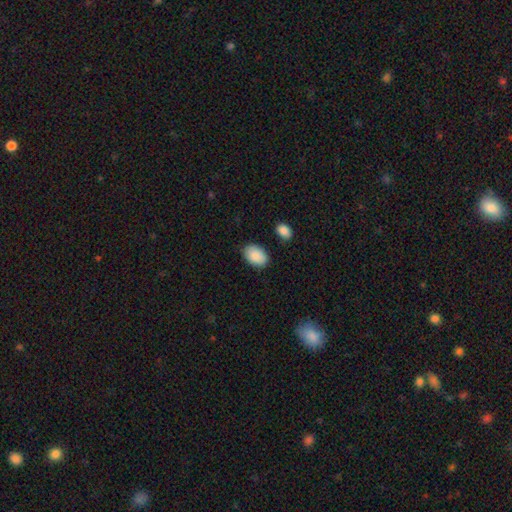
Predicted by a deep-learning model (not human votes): Morphology: type=smooth (90%); roundness=in between (89%); merging=none (82%).